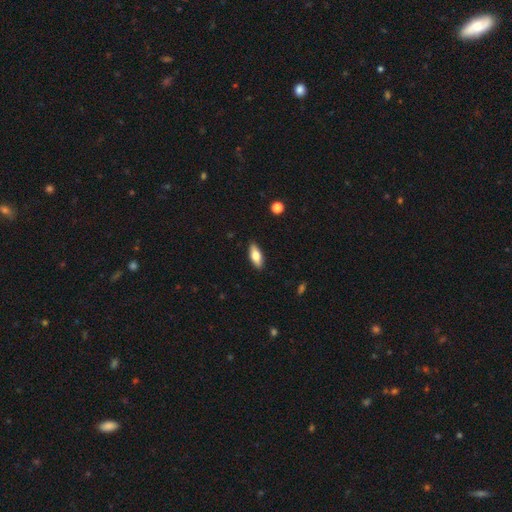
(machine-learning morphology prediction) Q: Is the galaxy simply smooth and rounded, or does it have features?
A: smooth — 70%.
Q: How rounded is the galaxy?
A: in between — 76%.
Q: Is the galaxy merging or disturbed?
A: none — 89%.